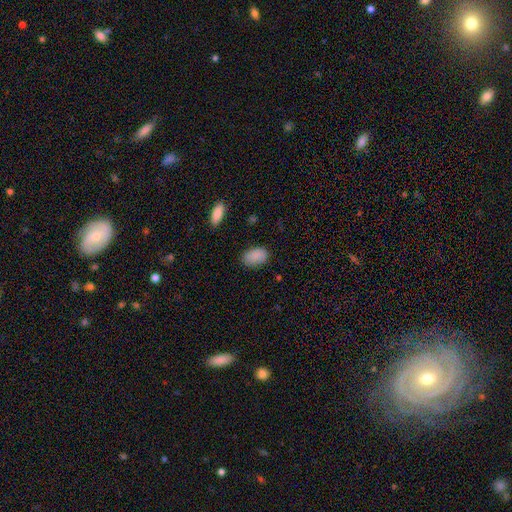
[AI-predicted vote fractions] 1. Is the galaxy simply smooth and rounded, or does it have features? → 89% smooth, 7% star or artifact, 4% featured or disk.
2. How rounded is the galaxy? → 90% in between, 9% round, 1% cigar-shaped.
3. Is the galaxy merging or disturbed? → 82% none, 14% minor disturbance, 3% major disturbance, 1% merger.